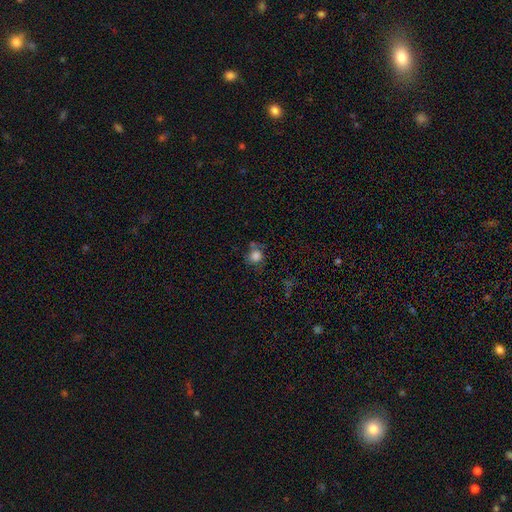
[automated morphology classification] smooth_or_featured: smooth (p=0.79) [alt: star or artifact p=0.13]
how_rounded: round (p=0.81) [alt: in between p=0.18]
merging: none (p=0.57) [alt: minor disturbance p=0.20]